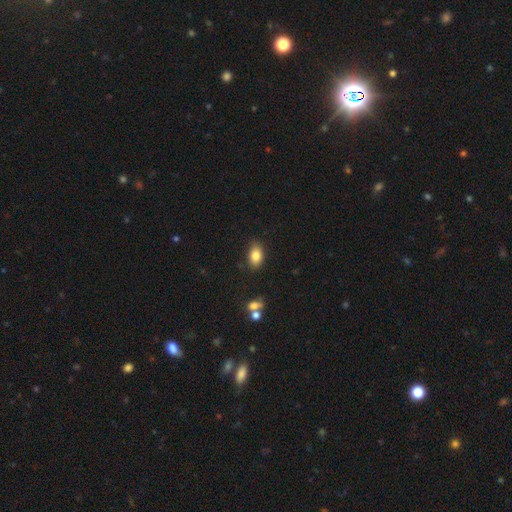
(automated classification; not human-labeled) smooth 83%, star or artifact 9%, featured or disk 8%. Down the decision tree: how rounded — in between (87%); merging — none (81%).